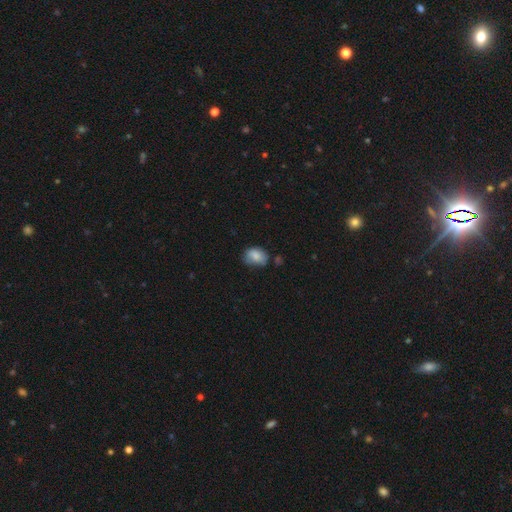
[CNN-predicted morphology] This is clearly a smooth galaxy (80%). How rounded: likely in between (67%). Merging: possibly none (57%).